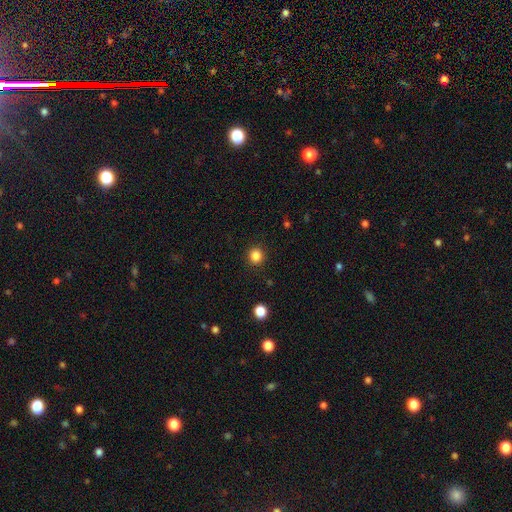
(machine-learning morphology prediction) A smooth galaxy with no disk features (84%) that is round (92%). Merging: none (91%).